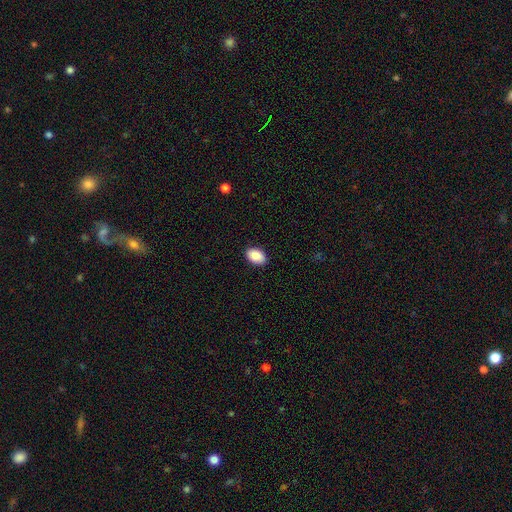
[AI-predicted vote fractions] Smooth or featured? smooth (90%)
How rounded? in between (91%)
Merging? none (89%)